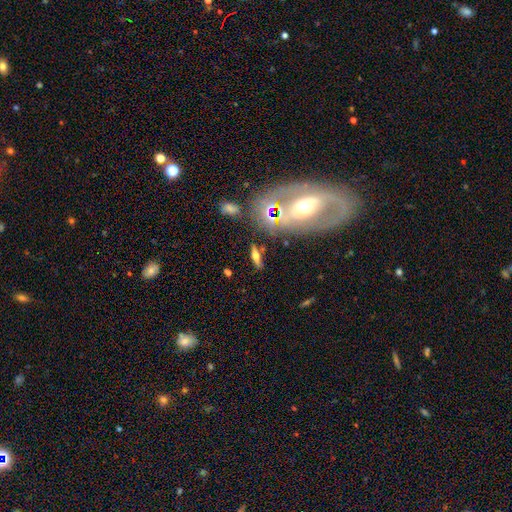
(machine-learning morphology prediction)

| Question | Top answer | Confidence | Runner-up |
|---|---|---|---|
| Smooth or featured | smooth | 43% | featured or disk (40%) |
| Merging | none | 81% | minor disturbance (10%) |